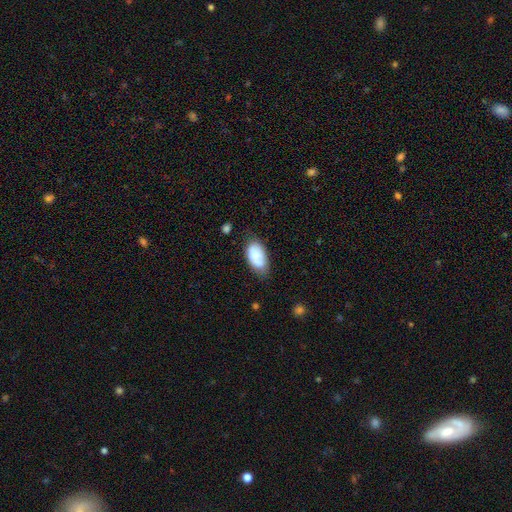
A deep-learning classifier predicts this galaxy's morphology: smooth-or-featured: smooth: 77% | featured or disk: 16% | star or artifact: 7%
  how-rounded: in between: 94% | round: 4% | cigar-shaped: 2%
  merging: none: 63% | minor disturbance: 25% | major disturbance: 7% | merger: 5%